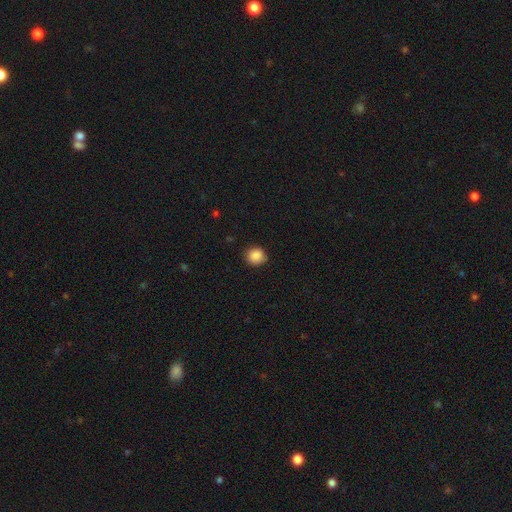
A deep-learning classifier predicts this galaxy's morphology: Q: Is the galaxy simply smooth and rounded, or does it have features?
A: smooth — 88%.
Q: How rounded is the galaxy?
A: round — 85%.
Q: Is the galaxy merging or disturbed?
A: none — 86%.